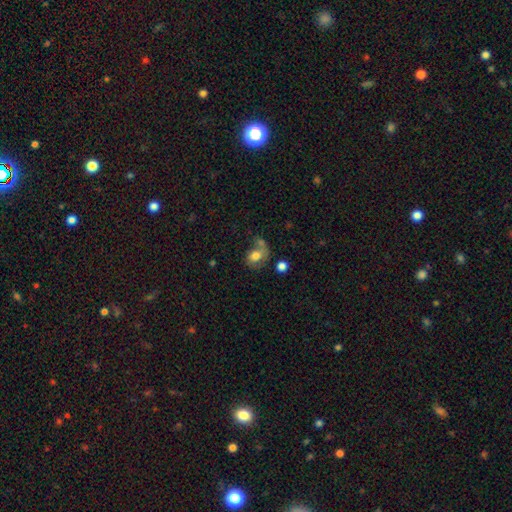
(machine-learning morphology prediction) Q: Smooth or featured?
A: smooth (65%); runner-up: featured or disk (26%)
Q: How rounded?
A: in between (56%); runner-up: round (43%)
Q: Merging?
A: none (34%); runner-up: merger (26%)